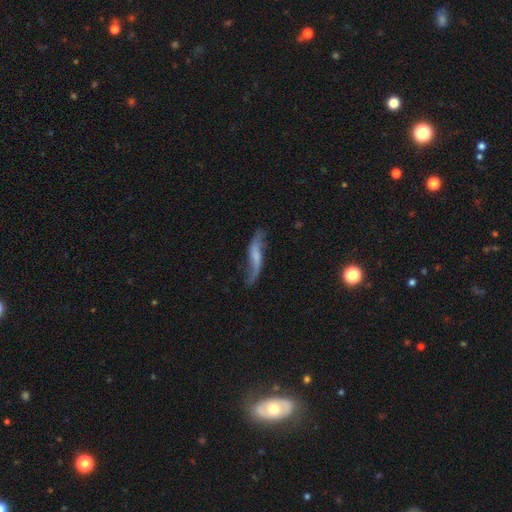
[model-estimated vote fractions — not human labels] Smooth or featured? featured or disk (69%)
Edge-on disk? no (74%)
Bar? no (43%)
Spiral arms? yes (89%)
Bulge size? none (42%)
Merging? none (60%)